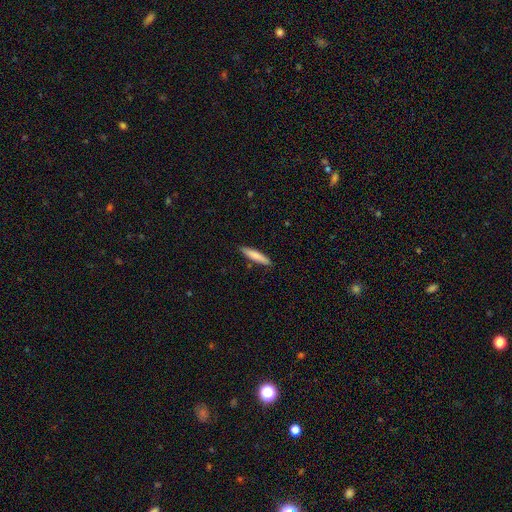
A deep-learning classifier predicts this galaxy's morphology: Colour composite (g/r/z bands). It shows a smooth galaxy with no disk features (79%) that is cigar-shaped (88%). Merging: none (88%).